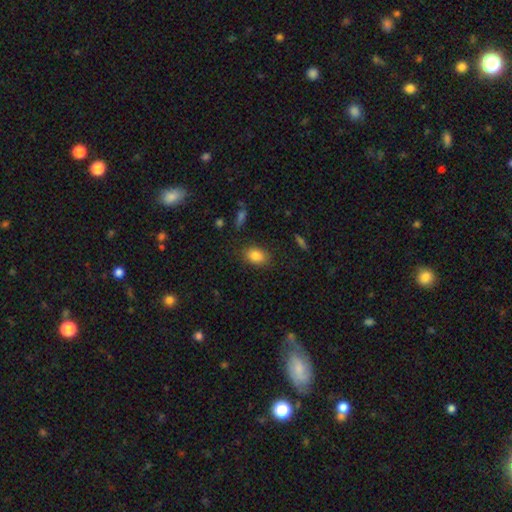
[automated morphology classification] smooth 84%, star or artifact 9%, featured or disk 7%. Down the decision tree: how rounded — in between (79%); merging — none (83%).